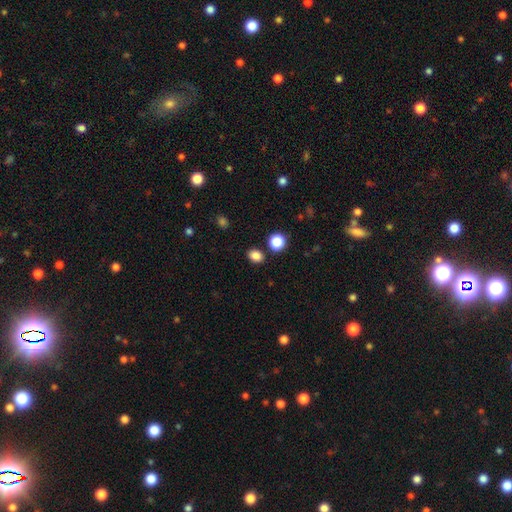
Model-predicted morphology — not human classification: A smooth galaxy with no disk features (84%) that is in between round and cigar-shaped (55%). Merging: none (84%).